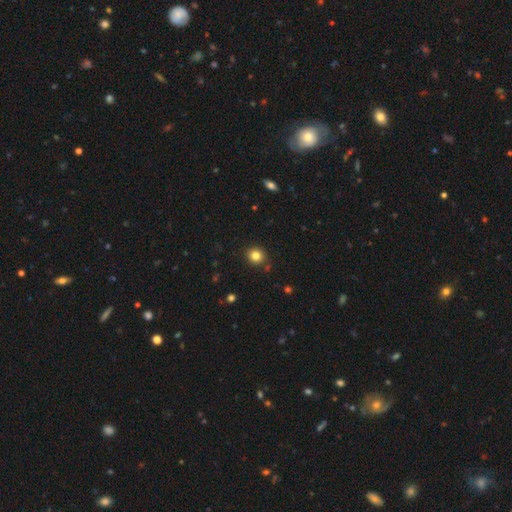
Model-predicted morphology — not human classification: Smooth or featured: smooth — 82% (star or artifact — 12%)
How rounded: round — 86% (in between — 13%)
Merging: none — 87% (minor disturbance — 8%)